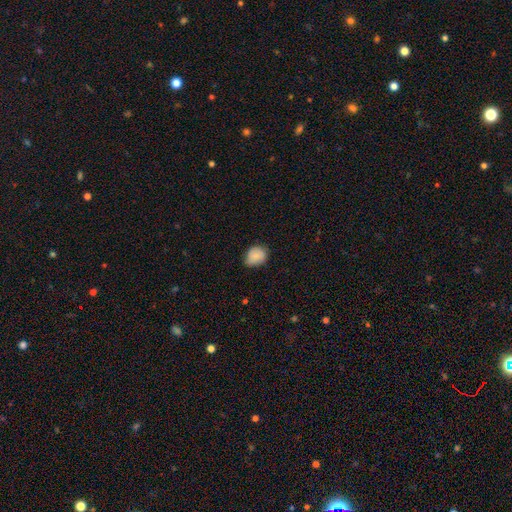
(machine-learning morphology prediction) Smooth or featured? smooth (85%)
How rounded? in between (51%)
Merging? none (63%)